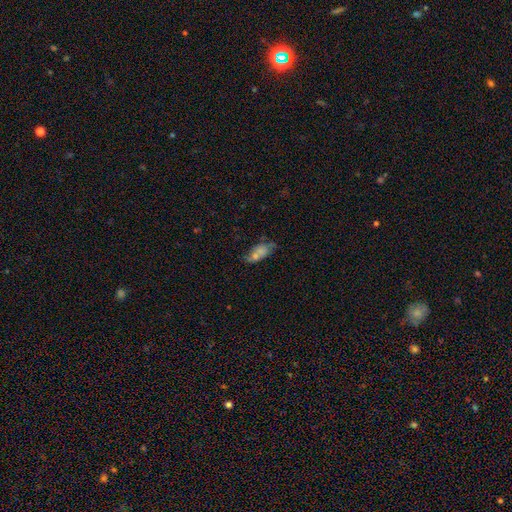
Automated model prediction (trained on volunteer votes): Smooth or featured: smooth — 52% (featured or disk — 30%)
How rounded: in between — 77% (cigar-shaped — 17%)
Merging: none — 55% (minor disturbance — 24%)